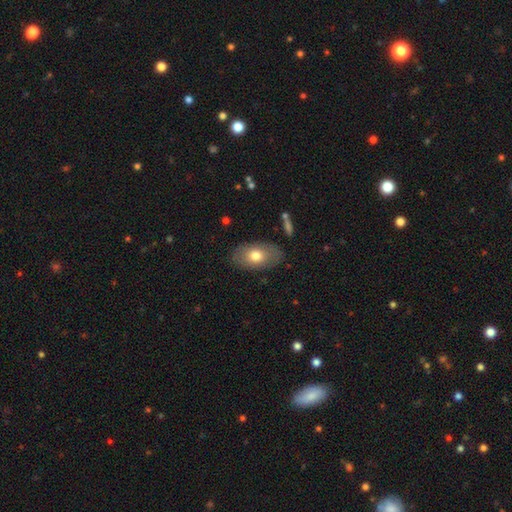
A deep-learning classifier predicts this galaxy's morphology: A smooth galaxy with no disk features (70%) that is in between round and cigar-shaped (92%).

Vote fractions:
- Smooth or featured? smooth: 70% / featured or disk: 23% / star or artifact: 6%
- How rounded? in between: 92% / round: 7% / cigar-shaped: 2%
- Merging? none: 82% / minor disturbance: 13% / major disturbance: 3% / merger: 1%